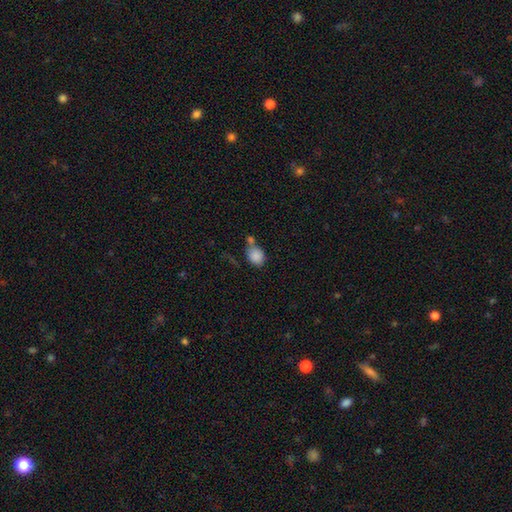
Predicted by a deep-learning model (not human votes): Morphology: type=smooth (86%); roundness=round (51%); merging=none (44%).